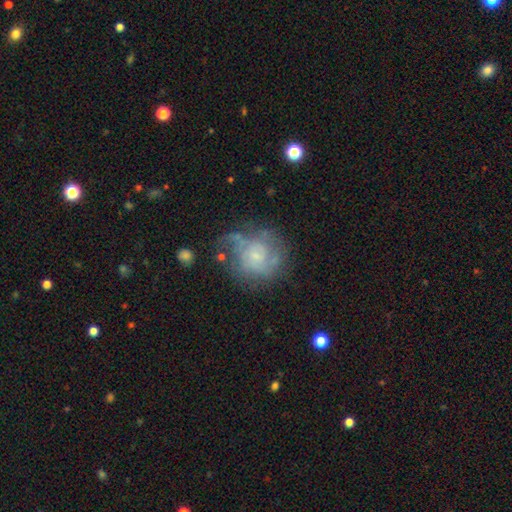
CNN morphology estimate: Smooth or featured? Predicted: featured or disk (p=0.64). Edge-on disk? Predicted: no (p=0.98). Bar? Predicted: no (p=0.77). Spiral arms? Predicted: yes (p=0.75). Bulge size? Predicted: small (p=0.63). Merging? Predicted: none (p=0.52).